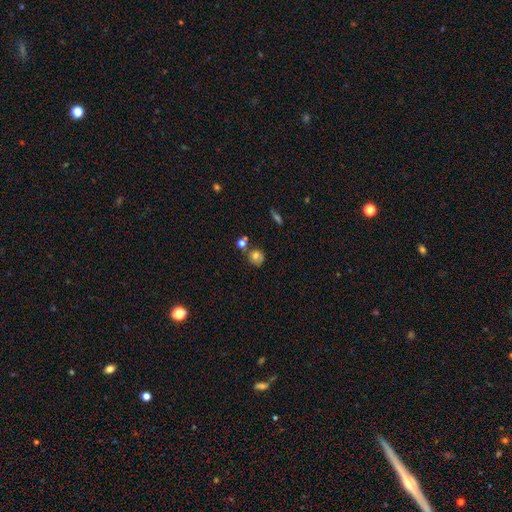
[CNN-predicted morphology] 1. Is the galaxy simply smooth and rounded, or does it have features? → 72% smooth, 16% featured or disk, 12% star or artifact.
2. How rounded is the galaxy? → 82% round, 16% in between, 1% cigar-shaped.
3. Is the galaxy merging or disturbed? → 65% none, 16% merger, 14% minor disturbance, 5% major disturbance.